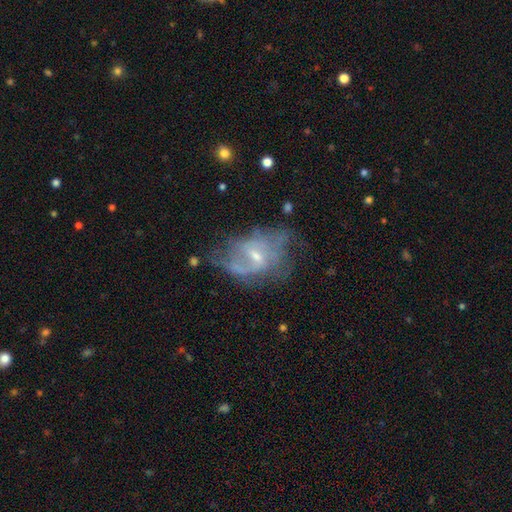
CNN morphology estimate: The model was most divided on "spiral winding" (2-way tie): loose: 39%, medium: 39%, tight: 21%. Remaining: edge-on disk — no (96%); smooth or featured — featured or disk (74%); spiral arms — yes (72%); bulge size — small (62%); bar — weak (52%); merging — none (43%); spiral arm count — 2 (42%).